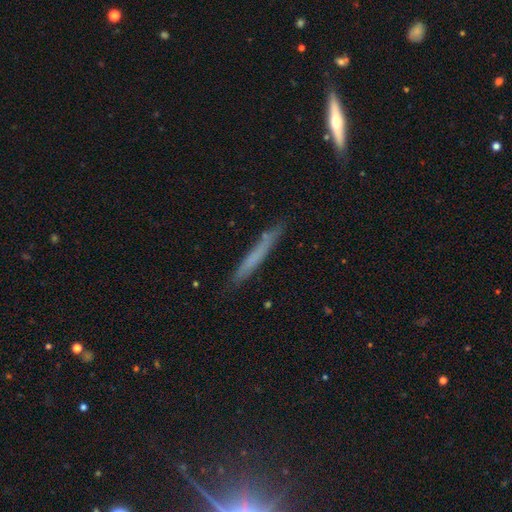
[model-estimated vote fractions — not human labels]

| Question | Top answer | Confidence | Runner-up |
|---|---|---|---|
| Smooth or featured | smooth | 56% | featured or disk (36%) |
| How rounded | cigar-shaped | 96% | in between (2%) |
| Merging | none | 86% | minor disturbance (11%) |